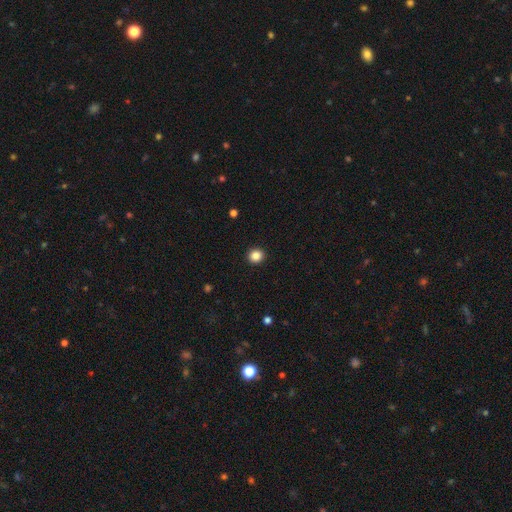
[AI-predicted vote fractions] smooth_or_featured: smooth (p=0.86) [alt: star or artifact p=0.11]
how_rounded: round (p=0.90) [alt: in between p=0.09]
merging: none (p=0.93) [alt: minor disturbance p=0.04]